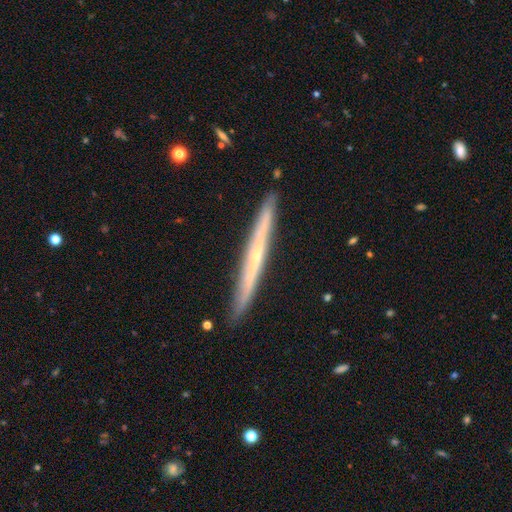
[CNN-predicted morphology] A featured or disk galaxy (70%) viewed edge-on (97%) with no central bulge (52%). Merging: none (91%).